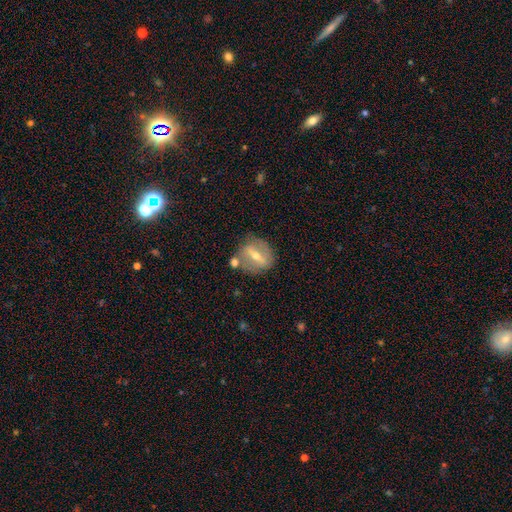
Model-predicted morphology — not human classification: smooth_or_featured: featured or disk (p=0.60) [alt: smooth p=0.32]
disk_edge_on: no (p=0.82) [alt: yes p=0.18]
merging: none (p=0.67) [alt: minor disturbance p=0.16]